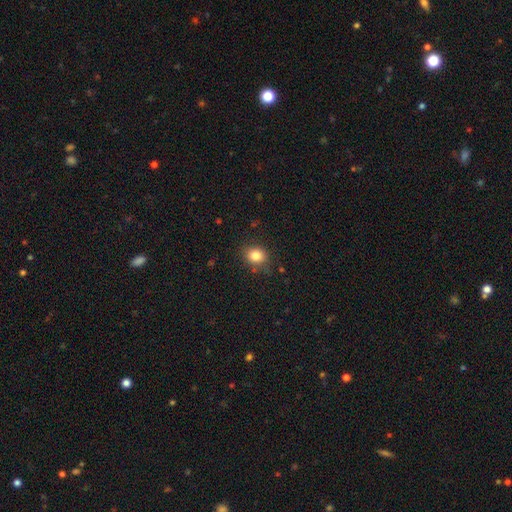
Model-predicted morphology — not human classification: A smooth galaxy with no disk features (83%) that is round (55%). Merging: none (79%).